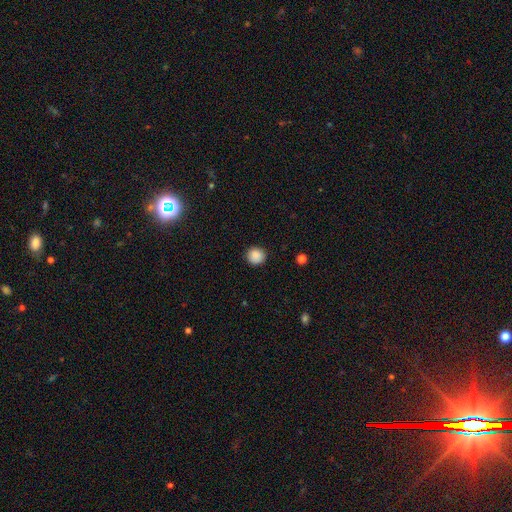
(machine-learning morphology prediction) Smooth or featured? smooth (88%)
How rounded? round (92%)
Merging? none (90%)